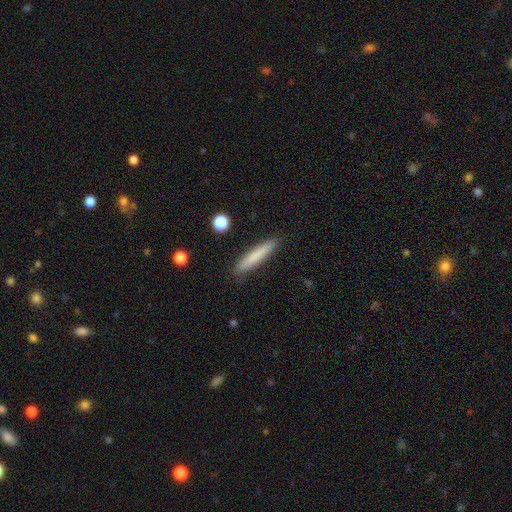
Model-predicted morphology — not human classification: The model was most divided on "smooth or featured": smooth: 79%, featured or disk: 15%, star or artifact: 6%. More confident: how rounded — cigar-shaped (93%); merging — none (89%).